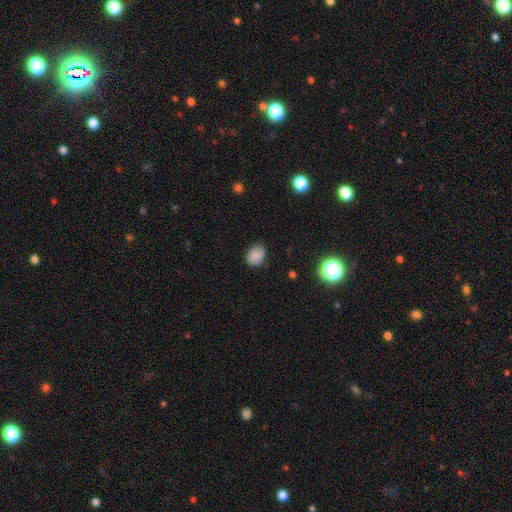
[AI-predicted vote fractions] Q: Smooth or featured?
A: smooth (80%); runner-up: star or artifact (11%)
Q: How rounded?
A: round (50%); runner-up: in between (49%)
Q: Merging?
A: none (76%); runner-up: minor disturbance (19%)